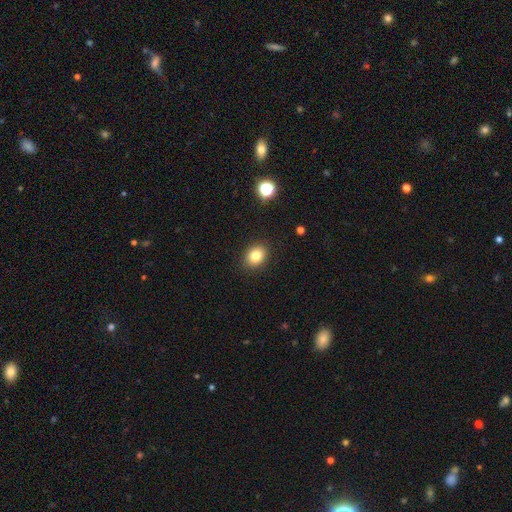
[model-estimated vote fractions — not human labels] Overall: smooth (81%). How rounded: in between (53%; round 46%). Merging: none (89%).